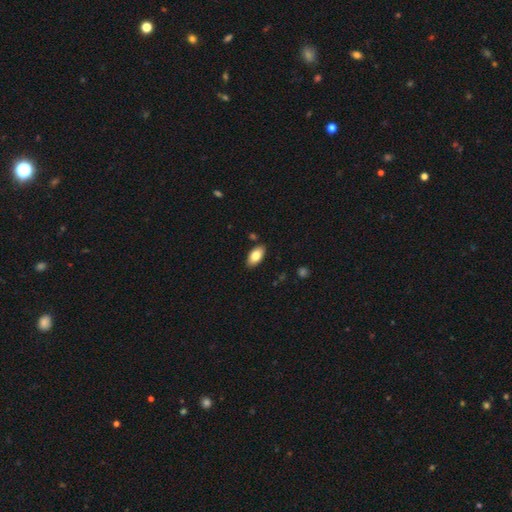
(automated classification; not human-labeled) smooth 80%, featured or disk 13%, star or artifact 7%. Down the decision tree: how rounded — in between (93%); merging — none (86%).